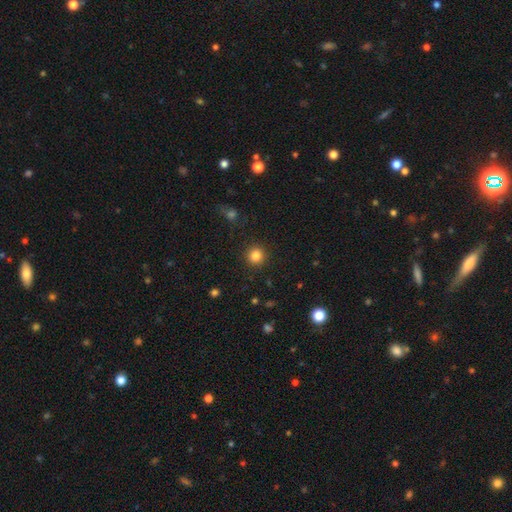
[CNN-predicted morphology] This appears to be a smooth galaxy with no disk features (84%) that is round (93%). Merging: none (91%).